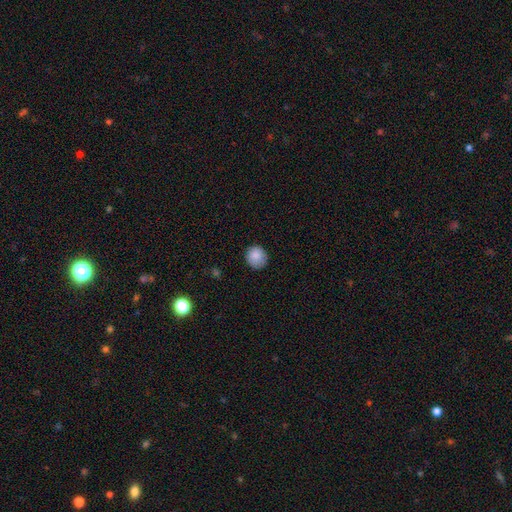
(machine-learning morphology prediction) The model was most divided on "merging": none: 83%, minor disturbance: 13%, major disturbance: 3%, merger: 1%. More confident: how rounded — round (87%); smooth or featured — smooth (87%).